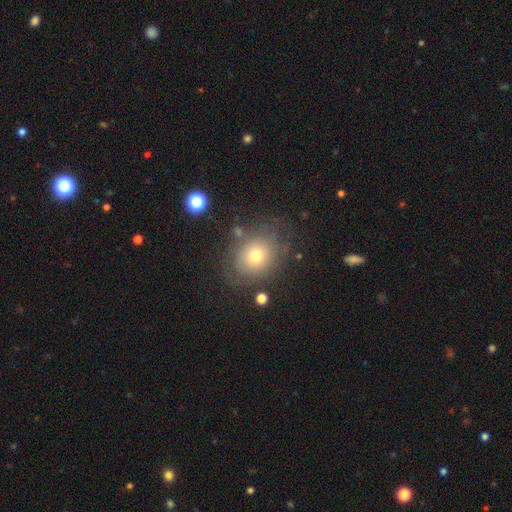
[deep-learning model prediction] smooth_or_featured: smooth (p=0.64) [alt: featured or disk p=0.24]
how_rounded: round (p=0.55) [alt: in between p=0.44]
merging: none (p=0.69) [alt: minor disturbance p=0.18]